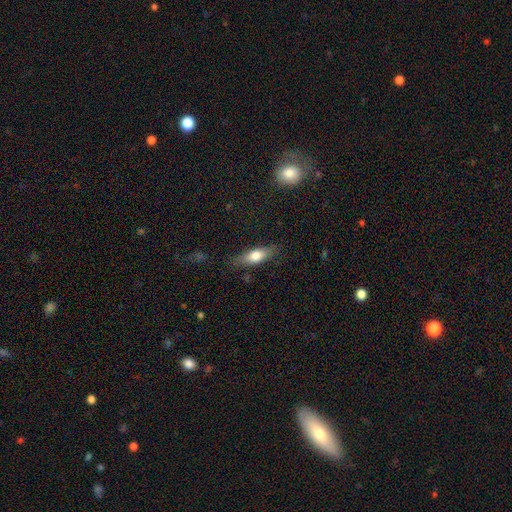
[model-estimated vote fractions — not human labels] Q: Smooth or featured?
A: smooth (66%); runner-up: featured or disk (27%)
Q: How rounded?
A: in between (58%); runner-up: cigar-shaped (39%)
Q: Merging?
A: none (79%); runner-up: minor disturbance (16%)